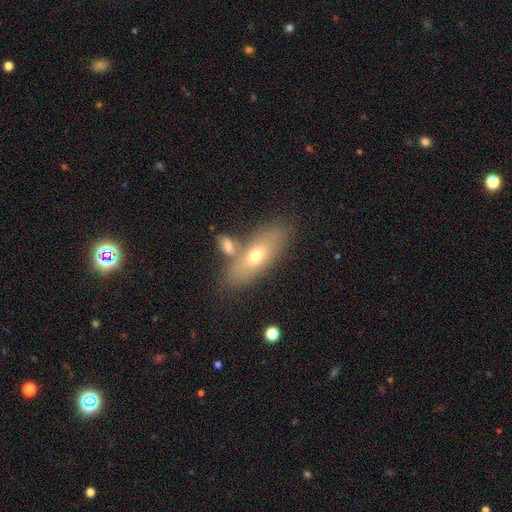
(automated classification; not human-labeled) This is likely a smooth galaxy (62%). How rounded: likely in between (66%). Merging: likely none (62%).